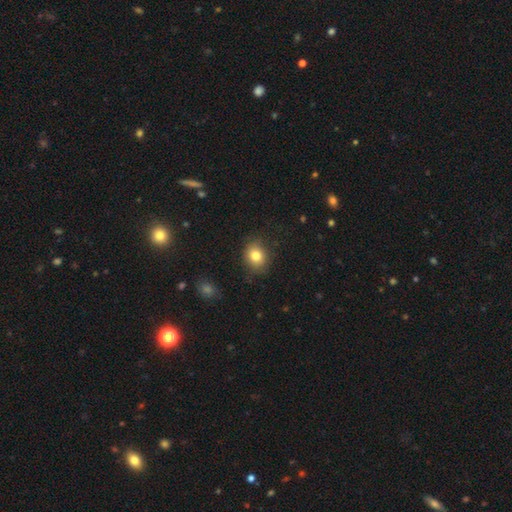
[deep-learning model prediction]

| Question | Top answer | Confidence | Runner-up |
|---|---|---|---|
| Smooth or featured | smooth | 81% | star or artifact (10%) |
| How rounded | round | 59% | in between (40%) |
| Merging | none | 83% | minor disturbance (13%) |